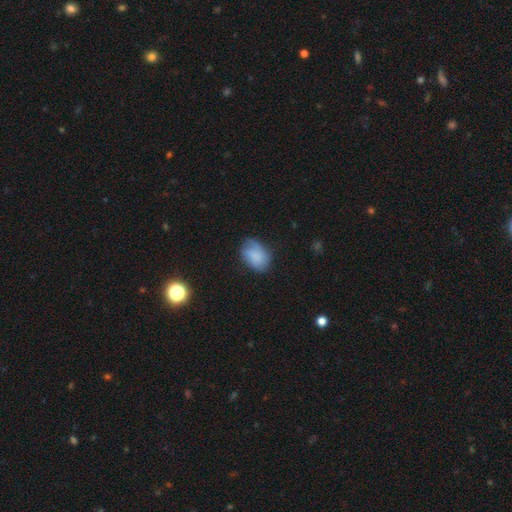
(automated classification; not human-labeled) smooth-or-featured: smooth: 76% | featured or disk: 16% | star or artifact: 8%
  how-rounded: in between: 79% | round: 20% | cigar-shaped: 1%
  merging: none: 59% | minor disturbance: 30% | major disturbance: 9% | merger: 2%